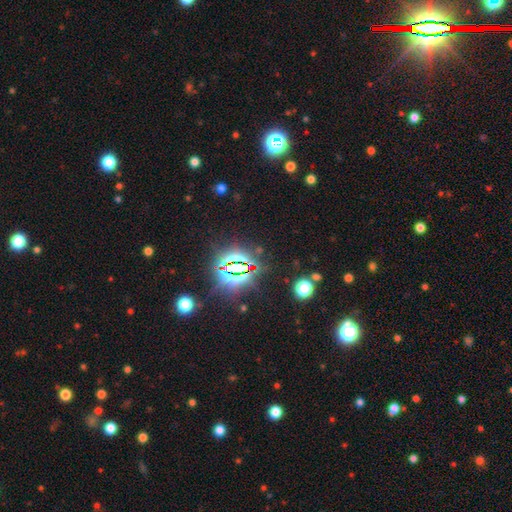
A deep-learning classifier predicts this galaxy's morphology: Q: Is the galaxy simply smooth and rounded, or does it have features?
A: star or artifact — 84%.